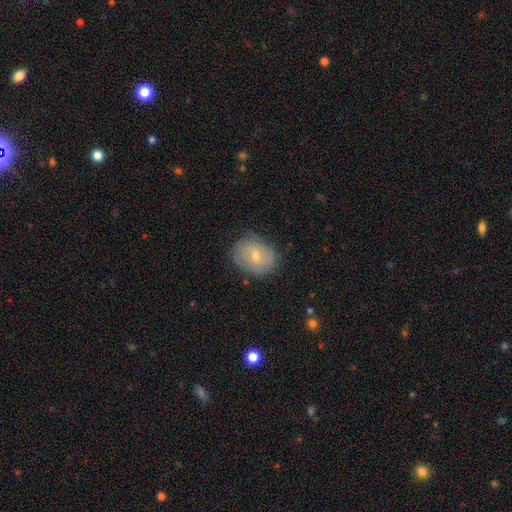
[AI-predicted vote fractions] Morphology: type=smooth (46%); merging=none (75%).